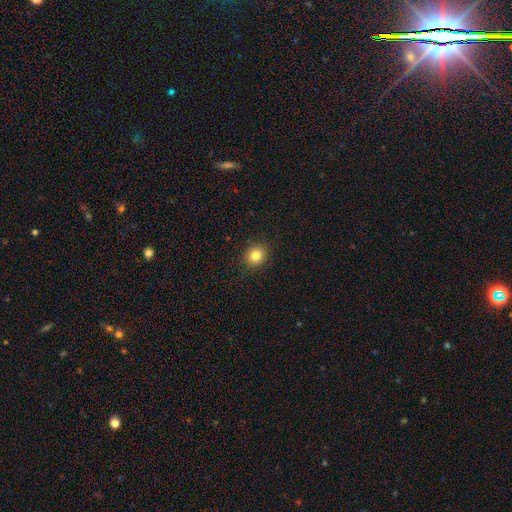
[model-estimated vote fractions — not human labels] Smooth or featured? Predicted: smooth (p=0.82). How rounded? Predicted: round (p=0.84). Merging? Predicted: none (p=0.91).